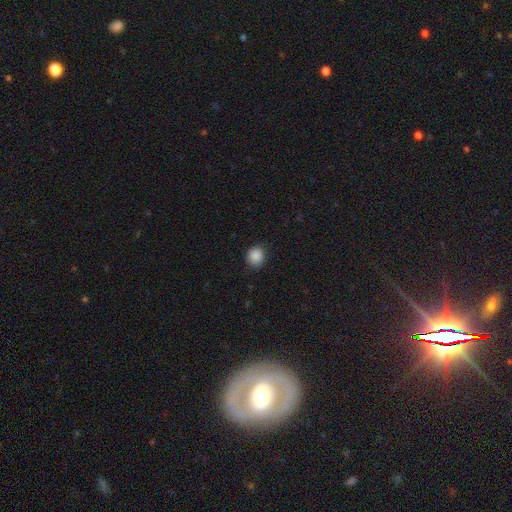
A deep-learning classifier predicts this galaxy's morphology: This is clearly a smooth galaxy (88%). How rounded: clearly round (84%). Merging: clearly none (87%).